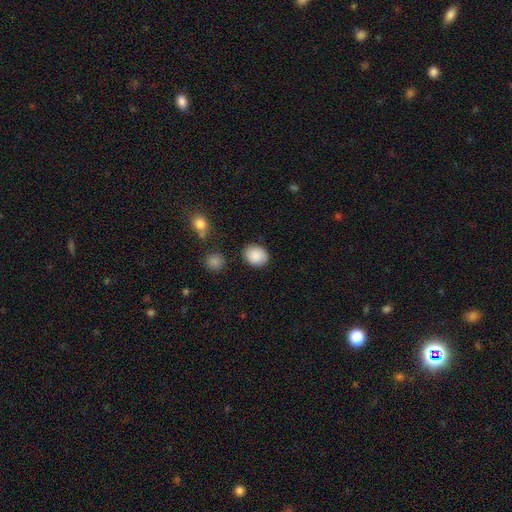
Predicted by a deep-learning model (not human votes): This is clearly a smooth galaxy (89%). How rounded: possibly round (53%). Merging: clearly none (84%).